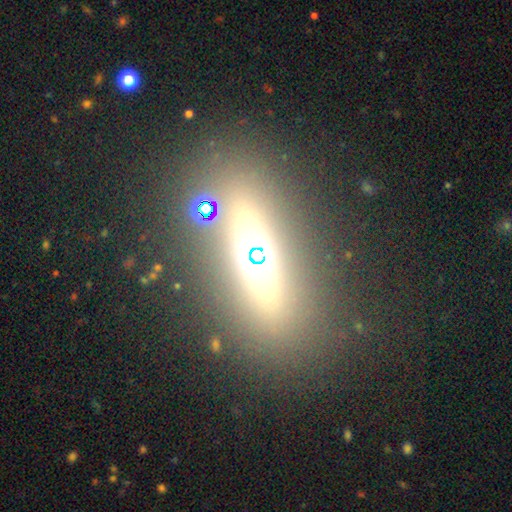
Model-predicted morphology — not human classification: A featured or disk galaxy (34%). Merging: none (83%).